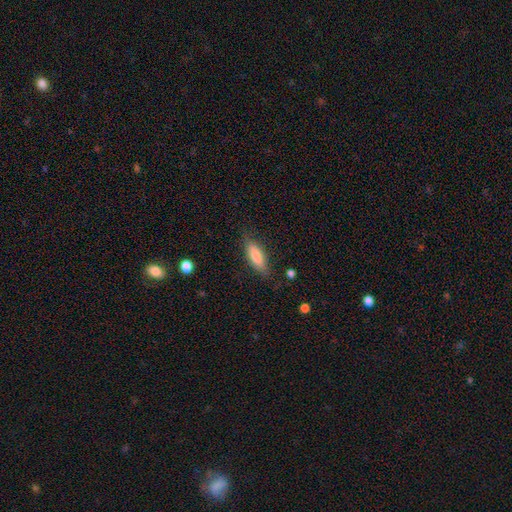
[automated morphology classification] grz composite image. It shows a smooth galaxy with no disk features (79%) that is in between round and cigar-shaped (59%). Merging: none (80%).